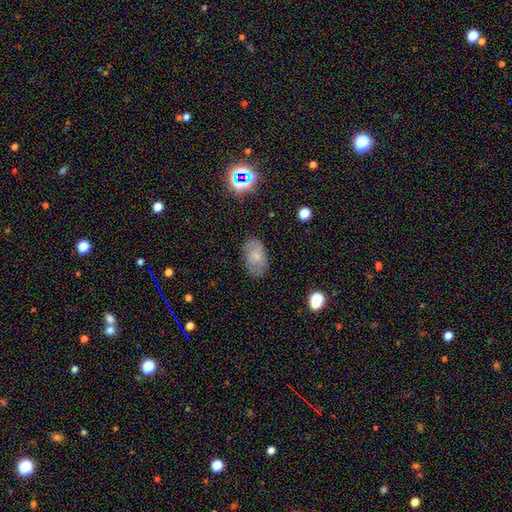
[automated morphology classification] The model was most divided on "smooth or featured": smooth: 64%, featured or disk: 25%, star or artifact: 10%. More confident: how rounded — in between (91%); merging — none (78%).